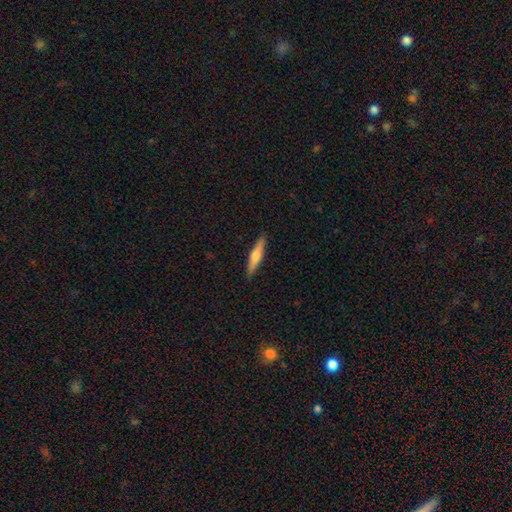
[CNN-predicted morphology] smooth-or-featured: featured or disk: 50% | smooth: 44% | star or artifact: 6%
  merging: none: 91% | minor disturbance: 7% | major disturbance: 1% | merger: 1%